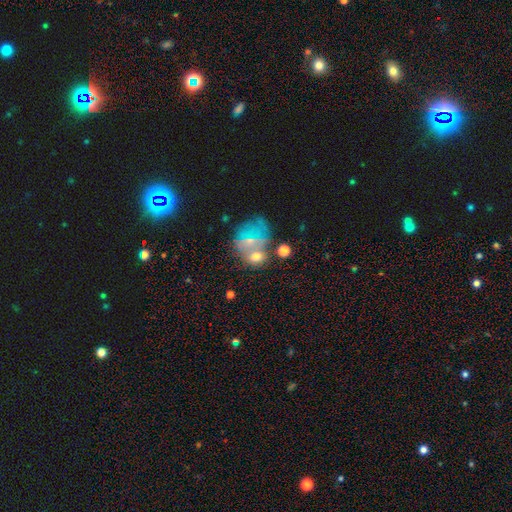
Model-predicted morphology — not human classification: Smooth or featured? Predicted: smooth (p=0.40). Merging? Predicted: none (p=0.42).